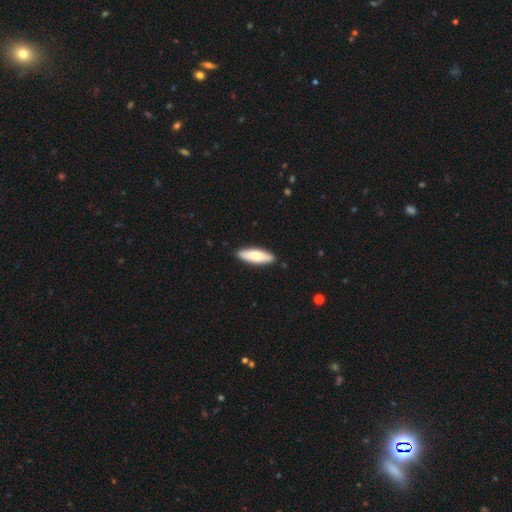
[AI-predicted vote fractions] smooth-or-featured: smooth: 73% | featured or disk: 23% | star or artifact: 5%
  how-rounded: in between: 54% | cigar-shaped: 45% | round: 2%
  merging: none: 89% | minor disturbance: 8% | major disturbance: 2% | merger: 1%